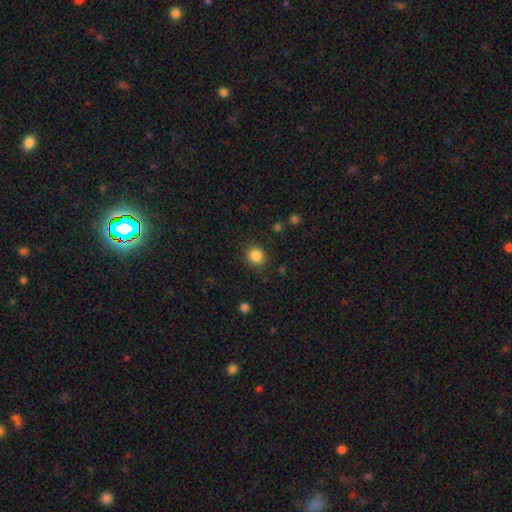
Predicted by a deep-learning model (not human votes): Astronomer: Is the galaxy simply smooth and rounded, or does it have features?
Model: smooth — 86%.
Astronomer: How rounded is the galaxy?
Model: round — 87%.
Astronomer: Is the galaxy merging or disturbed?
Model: none — 88%.